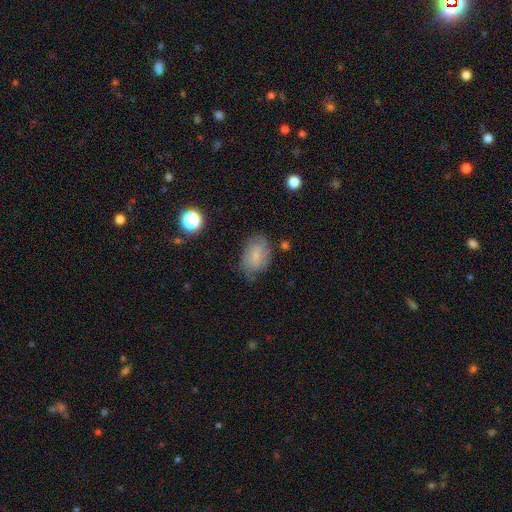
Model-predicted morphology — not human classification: Overall: smooth (69%). How rounded: in between (83%). Merging: none (68%).